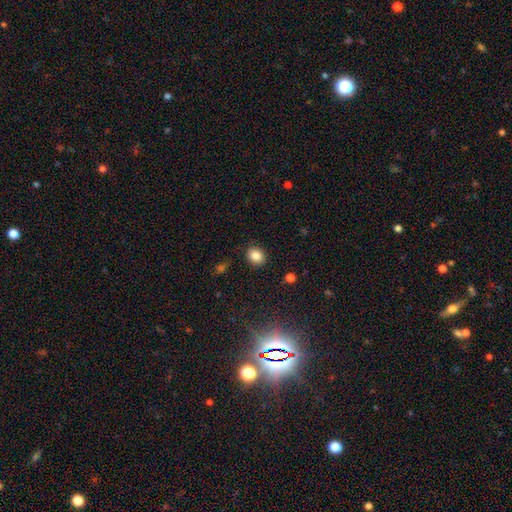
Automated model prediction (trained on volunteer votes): Overall: smooth (85%). How rounded: round (63%; in between 36%). Merging: none (88%).